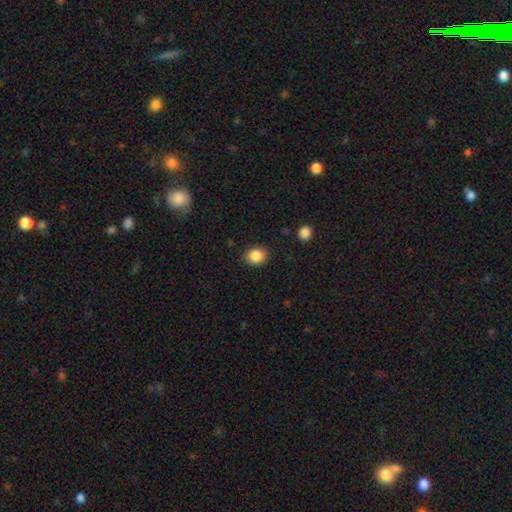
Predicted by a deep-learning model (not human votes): Smooth or featured?
  - smooth: 87% *
  - star or artifact: 9%
  - featured or disk: 4%
How rounded?
  - round: 61% *
  - in between: 38%
  - cigar-shaped: 1%
Merging?
  - none: 87% *
  - minor disturbance: 9%
  - major disturbance: 3%
  - merger: 1%